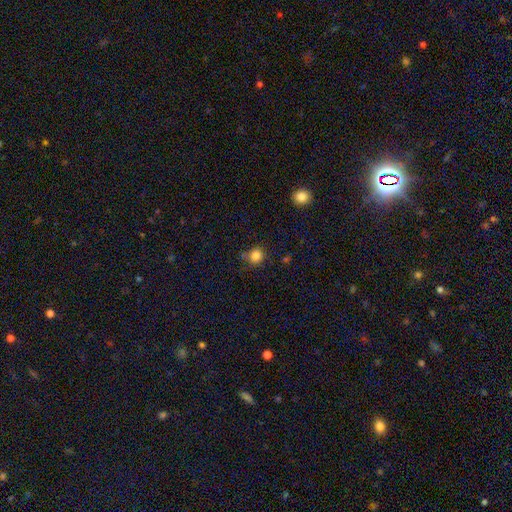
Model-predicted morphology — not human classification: A smooth galaxy with no disk features (83%) that is round (85%). Merging: none (74%).